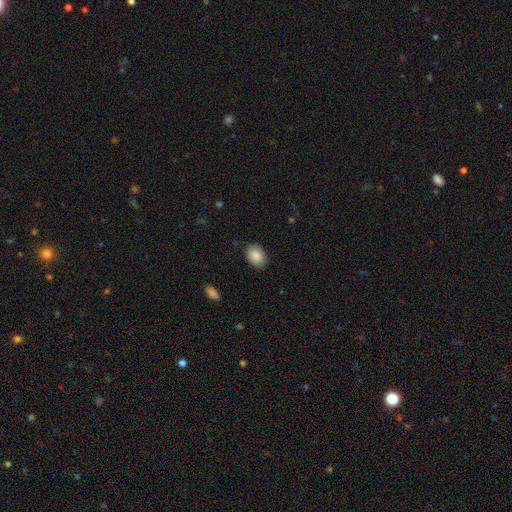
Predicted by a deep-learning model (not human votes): This is clearly a smooth galaxy (88%). How rounded: likely in between (66%). Merging: clearly none (86%).